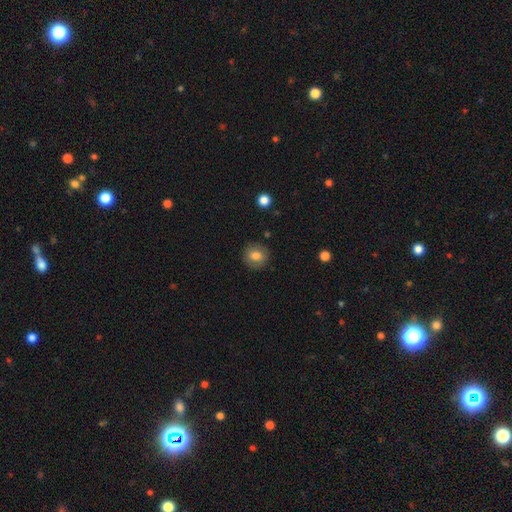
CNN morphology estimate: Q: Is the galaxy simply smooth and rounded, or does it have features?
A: smooth — 79%.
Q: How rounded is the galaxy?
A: round — 84%.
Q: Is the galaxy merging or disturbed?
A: none — 88%.